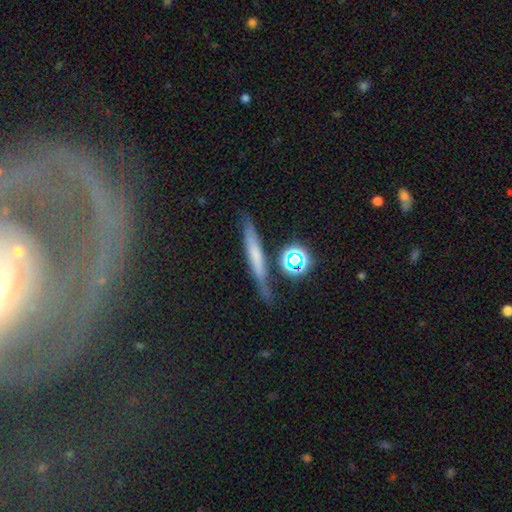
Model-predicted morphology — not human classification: Smooth or featured? Predicted: smooth (p=0.52). How rounded? Predicted: cigar-shaped (p=0.81). Merging? Predicted: none (p=0.75).